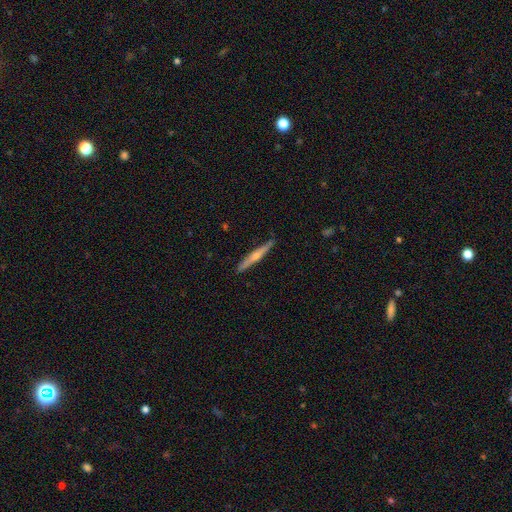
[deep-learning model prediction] This is likely a featured or disk galaxy (65%). It is clearly viewed edge-on (97%). Edge-on bulge: likely rounded (80%). Merging: clearly none (88%).